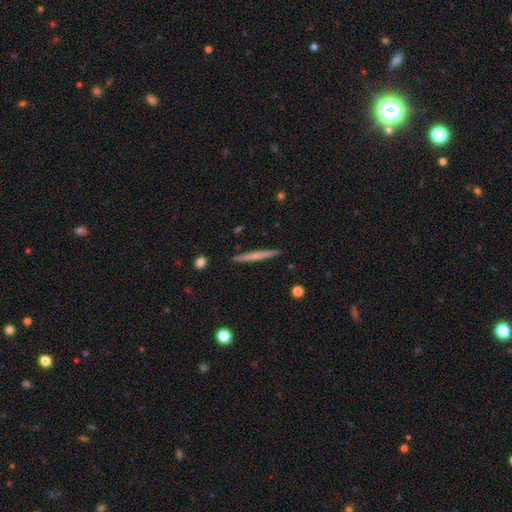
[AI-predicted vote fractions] This appears to be a smooth galaxy with no disk features (48%). Merging: none (91%).